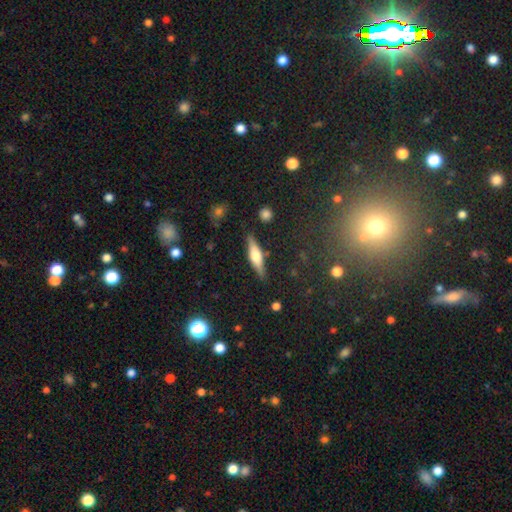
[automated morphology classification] featured or disk 51%, smooth 43%, star or artifact 6%. Down the decision tree: edge-on disk — yes (93%); merging — none (85%).